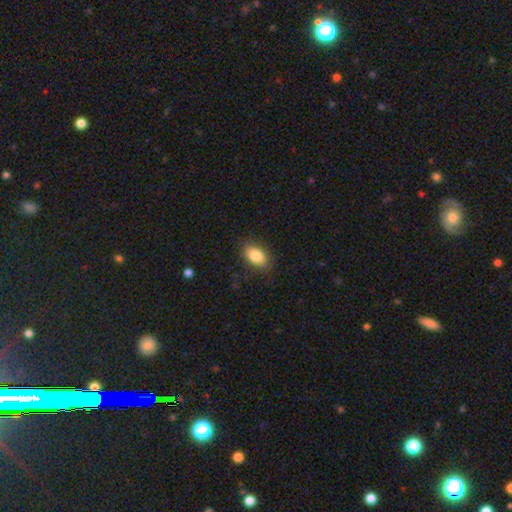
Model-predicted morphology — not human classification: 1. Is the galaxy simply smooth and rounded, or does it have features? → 84% smooth, 8% featured or disk, 8% star or artifact.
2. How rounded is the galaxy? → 90% in between, 8% round, 2% cigar-shaped.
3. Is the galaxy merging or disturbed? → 84% none, 12% minor disturbance, 3% major disturbance, 1% merger.